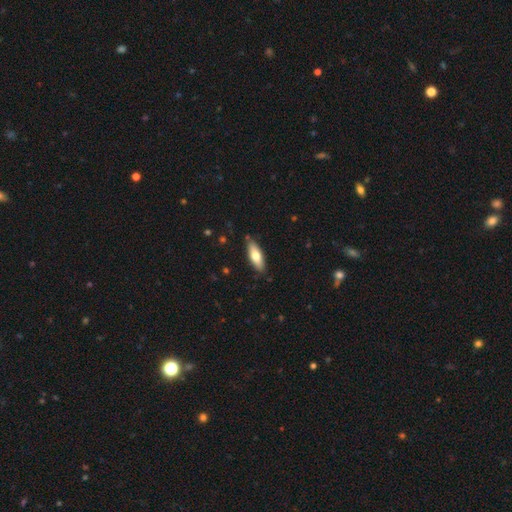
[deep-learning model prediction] smooth 68%, featured or disk 26%, star or artifact 6%. Down the decision tree: how rounded — in between (60%); merging — none (86%).